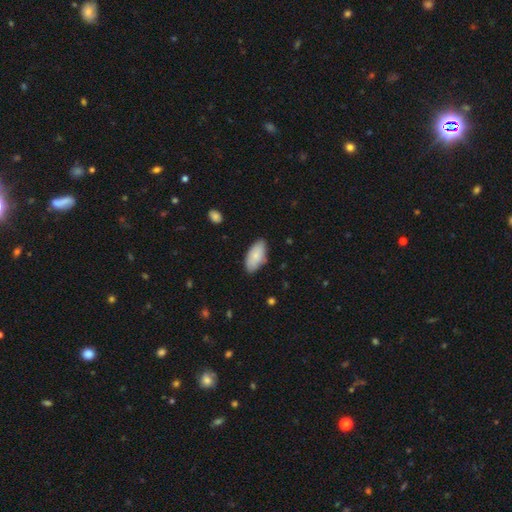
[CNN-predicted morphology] Overall: smooth (82%). How rounded: in between (94%). Merging: none (78%).